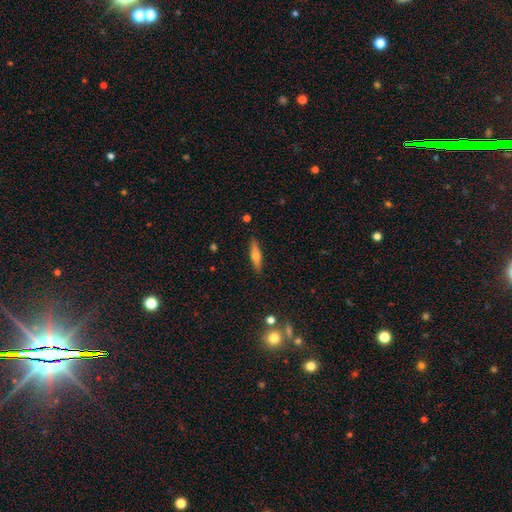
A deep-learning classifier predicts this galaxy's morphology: smooth-or-featured: smooth: 47% | featured or disk: 46% | star or artifact: 7%
  merging: none: 89% | minor disturbance: 8% | major disturbance: 2% | merger: 1%